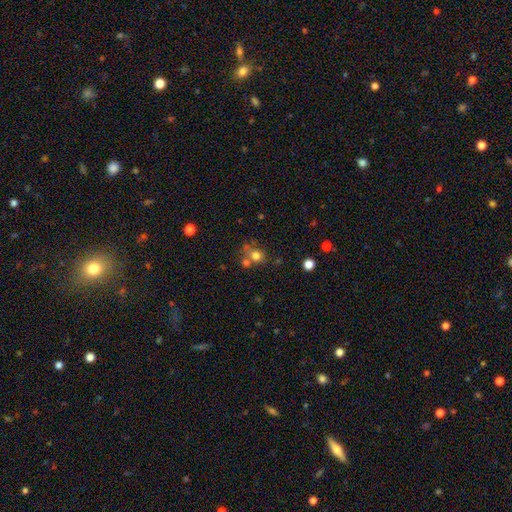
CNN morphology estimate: This appears to be a smooth galaxy with no disk features (73%) that is round (78%). Merging: none (52%).